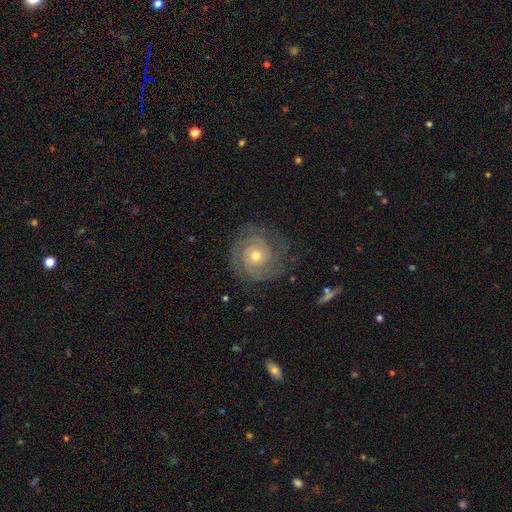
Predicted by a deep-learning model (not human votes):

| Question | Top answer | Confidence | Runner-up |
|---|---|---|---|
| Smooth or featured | featured or disk | 83% | smooth (11%) |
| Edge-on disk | no | 98% | yes (2%) |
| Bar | no | 81% | weak (15%) |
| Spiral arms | yes | 94% | no (6%) |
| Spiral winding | tight | 75% | medium (20%) |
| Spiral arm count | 2 | 43% | can't tell (24%) |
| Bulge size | moderate | 54% | small (42%) |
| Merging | none | 77% | minor disturbance (15%) |